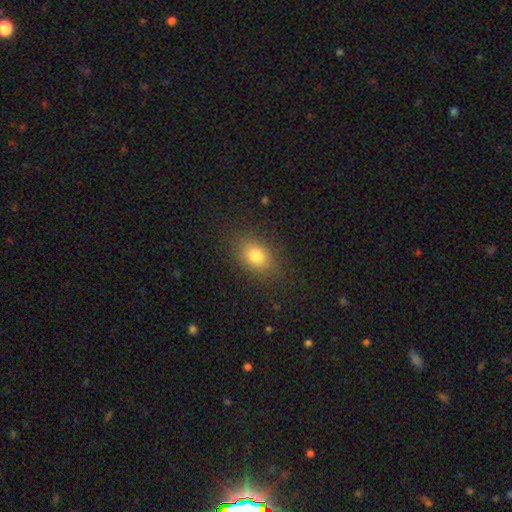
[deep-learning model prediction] Smooth or featured?
  - smooth: 81% *
  - star or artifact: 10%
  - featured or disk: 8%
How rounded?
  - in between: 77% *
  - round: 20%
  - cigar-shaped: 2%
Merging?
  - none: 84% *
  - minor disturbance: 11%
  - major disturbance: 4%
  - merger: 1%